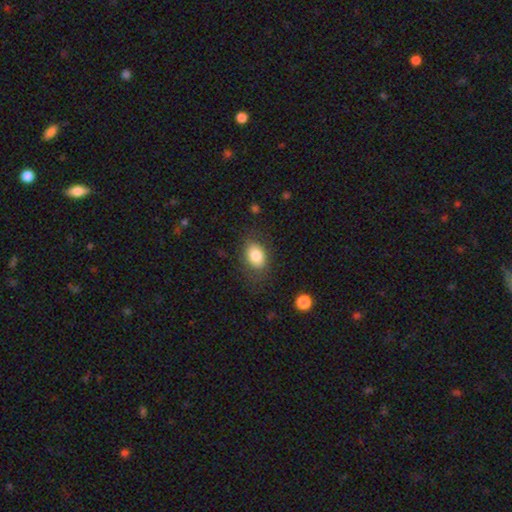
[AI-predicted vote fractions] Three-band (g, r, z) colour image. It shows a smooth galaxy with no disk features (81%) that is in between round and cigar-shaped (76%). Merging: none (77%).